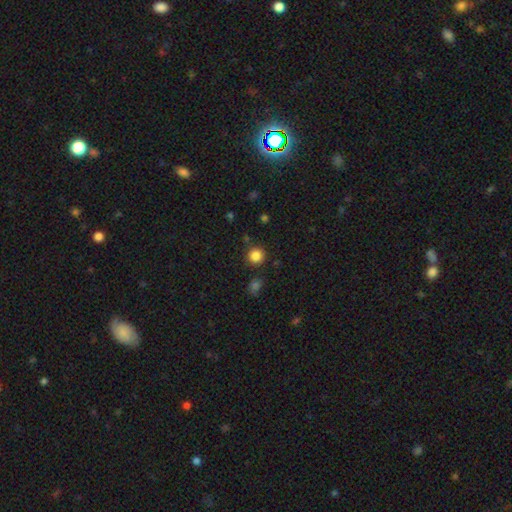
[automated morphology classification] Smooth or featured? smooth (85%)
How rounded? round (94%)
Merging? none (87%)